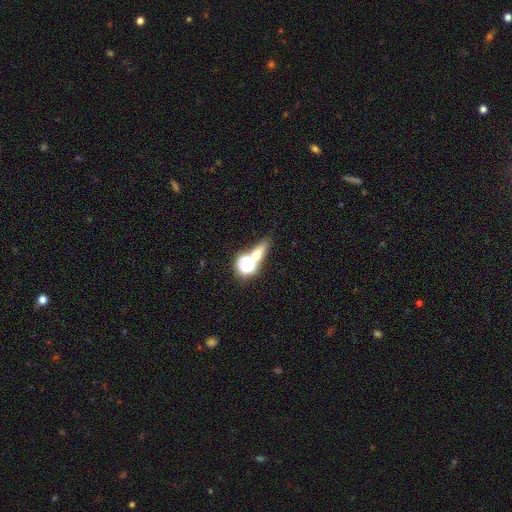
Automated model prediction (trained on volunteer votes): A smooth galaxy with no disk features (52%) that is round (41%, tied with in between). Merging: none (57%).